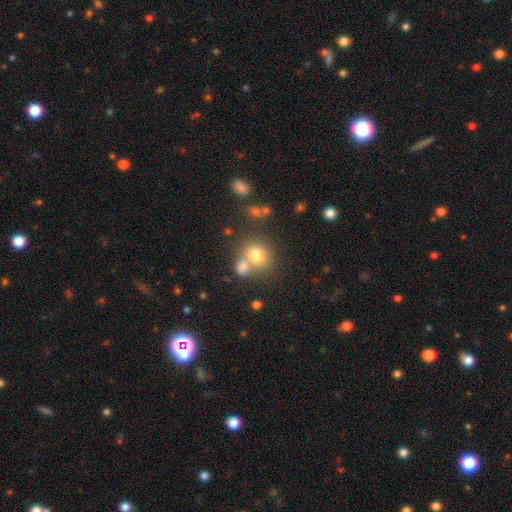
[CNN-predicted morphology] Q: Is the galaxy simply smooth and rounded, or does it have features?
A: smooth — 76%.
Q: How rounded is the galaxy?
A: round — 75%.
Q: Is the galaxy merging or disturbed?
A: none — 47%.